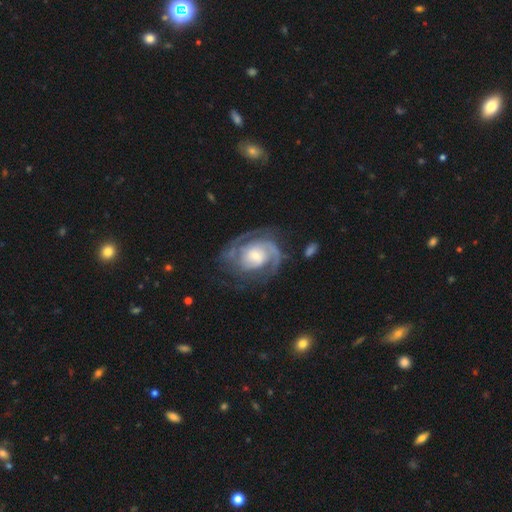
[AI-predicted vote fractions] featured or disk 89%, smooth 7%, star or artifact 4%. Down the decision tree: edge-on disk — no (98%); bar — no (62%); spiral arms — yes (97%); spiral arm count — 2 (56%); spiral winding — tight (50%); bulge size — small (50%); merging — none (67%).